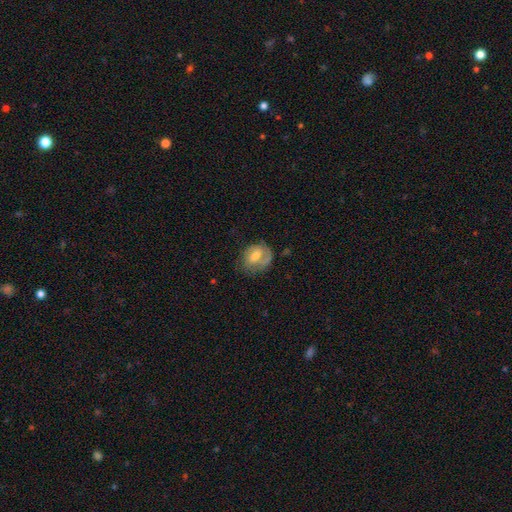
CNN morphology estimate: The model was most divided on "bar": weak: 49%, no: 37%, strong: 14%. More confident: edge-on disk — no (96%); spiral arms — yes (79%); smooth or featured — featured or disk (59%); merging — none (58%); bulge size — moderate (56%).